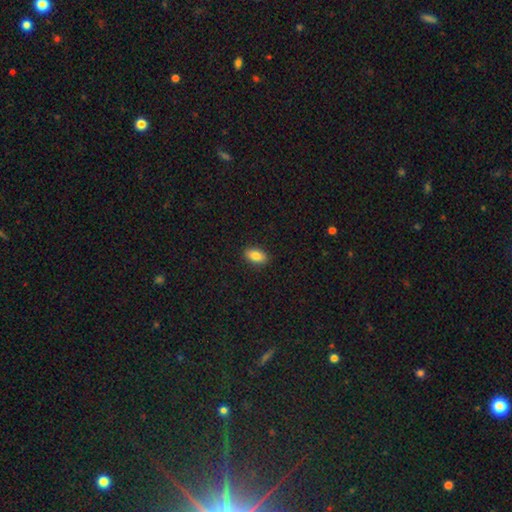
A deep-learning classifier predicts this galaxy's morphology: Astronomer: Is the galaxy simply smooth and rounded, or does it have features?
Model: smooth — 84%.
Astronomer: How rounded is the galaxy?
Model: in between — 91%.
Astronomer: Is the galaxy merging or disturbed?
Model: none — 90%.